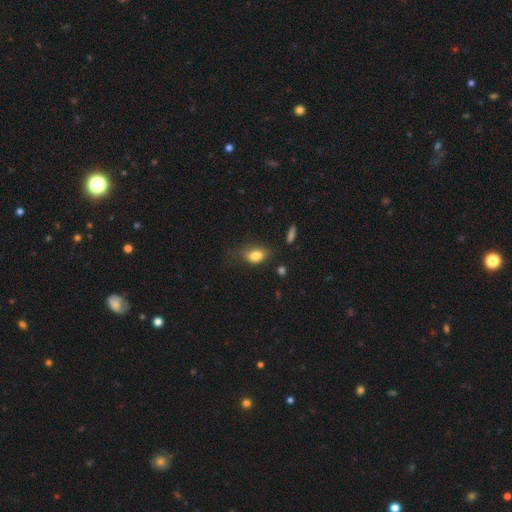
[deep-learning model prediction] Smooth or featured? Predicted: smooth (p=0.82). How rounded? Predicted: in between (p=0.81). Merging? Predicted: none (p=0.55).